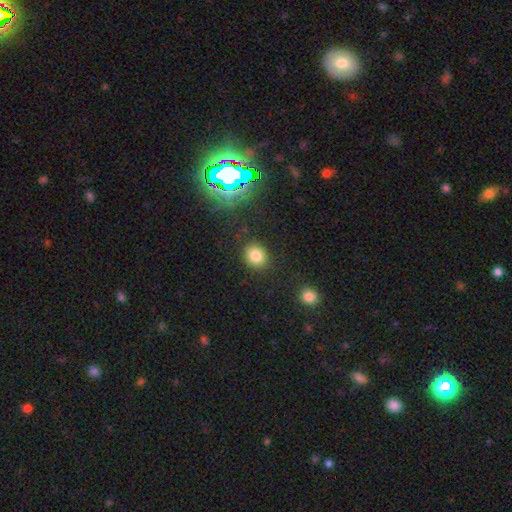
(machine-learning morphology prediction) smooth 80%, star or artifact 13%, featured or disk 6%. Down the decision tree: how rounded — round (70%); merging — none (86%).